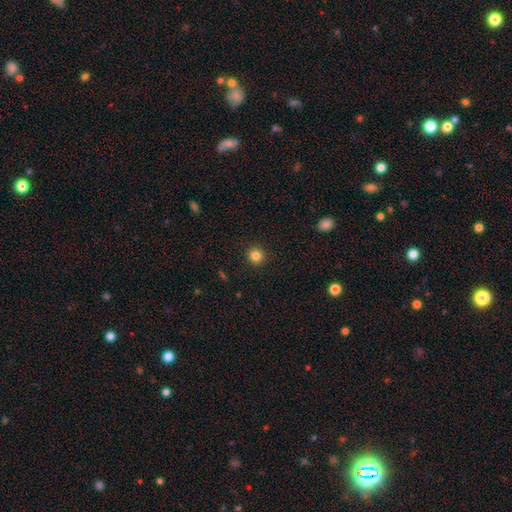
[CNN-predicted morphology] Q: Smooth or featured?
A: smooth (83%); runner-up: star or artifact (12%)
Q: How rounded?
A: round (94%); runner-up: in between (5%)
Q: Merging?
A: none (92%); runner-up: minor disturbance (5%)